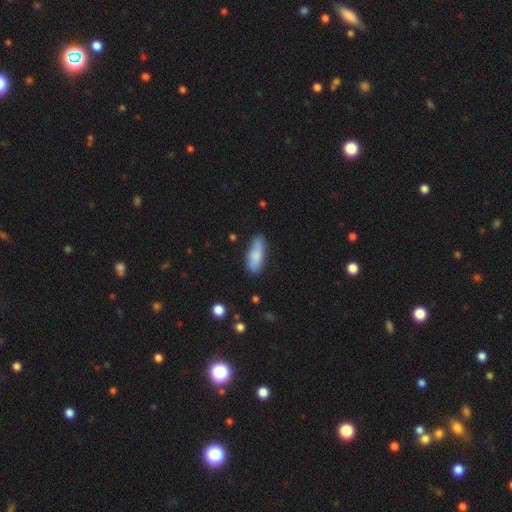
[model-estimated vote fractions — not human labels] Q: Smooth or featured?
A: smooth (79%); runner-up: featured or disk (15%)
Q: How rounded?
A: in between (66%); runner-up: cigar-shaped (32%)
Q: Merging?
A: none (75%); runner-up: minor disturbance (19%)